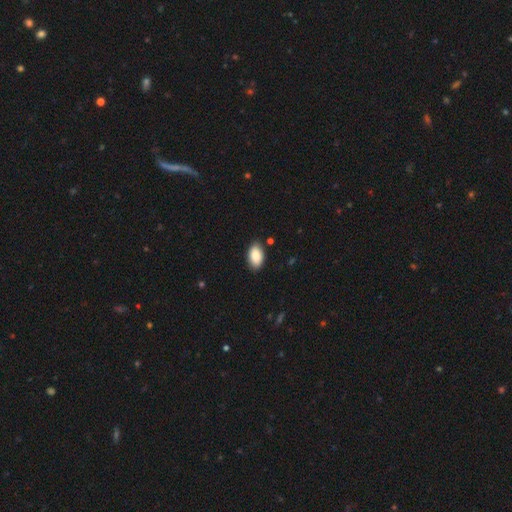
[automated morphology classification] smooth_or_featured: smooth (p=0.87) [alt: star or artifact p=0.07]
how_rounded: in between (p=0.93) [alt: round p=0.05]
merging: none (p=0.86) [alt: minor disturbance p=0.10]